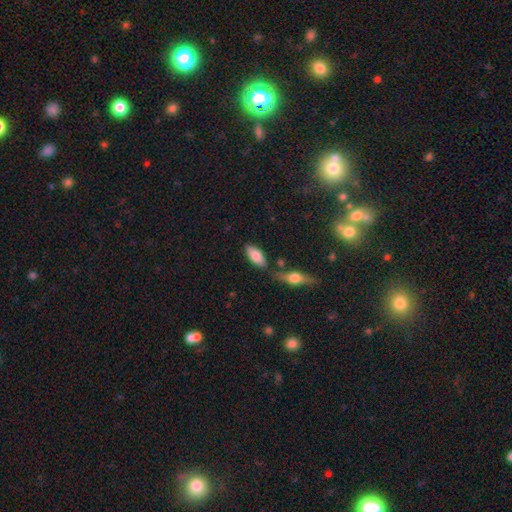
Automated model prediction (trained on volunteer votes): Smooth or featured? Predicted: smooth (p=0.79). How rounded? Predicted: in between (p=0.84). Merging? Predicted: none (p=0.70).